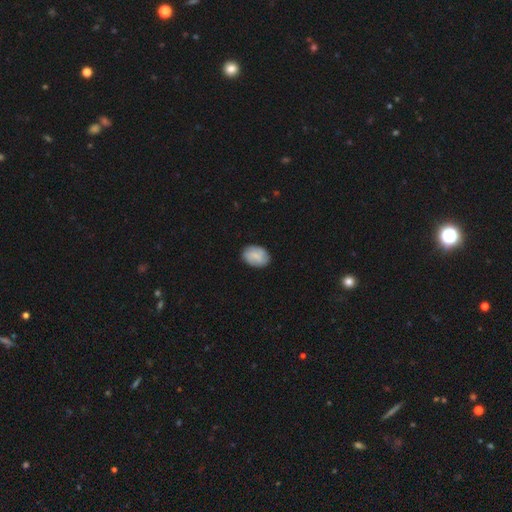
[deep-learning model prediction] The model was most divided on "smooth or featured": smooth: 71%, featured or disk: 21%, star or artifact: 7%. More confident: merging — none (82%); how rounded — in between (77%).